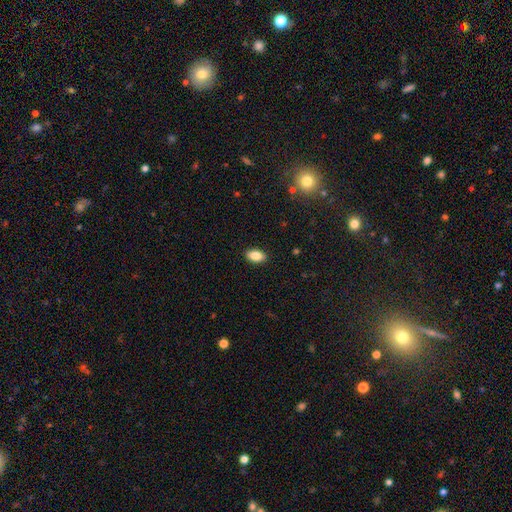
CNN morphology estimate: The model was most divided on "smooth or featured": smooth: 87%, star or artifact: 8%, featured or disk: 5%. More confident: how rounded — in between (92%); merging — none (89%).